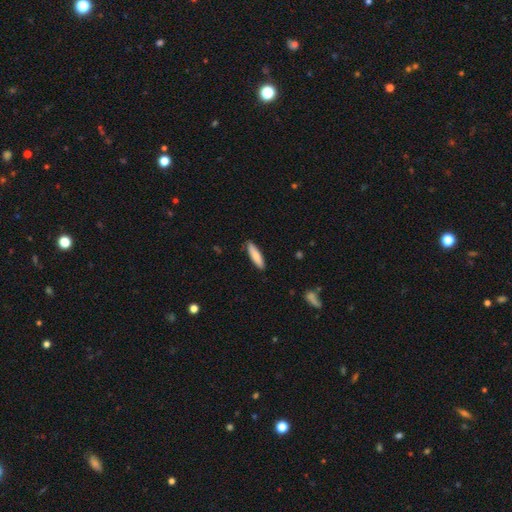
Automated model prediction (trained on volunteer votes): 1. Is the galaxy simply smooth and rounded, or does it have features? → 82% smooth, 13% featured or disk, 6% star or artifact.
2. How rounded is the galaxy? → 71% cigar-shaped, 28% in between, 1% round.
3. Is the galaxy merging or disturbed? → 86% none, 11% minor disturbance, 2% major disturbance, 1% merger.